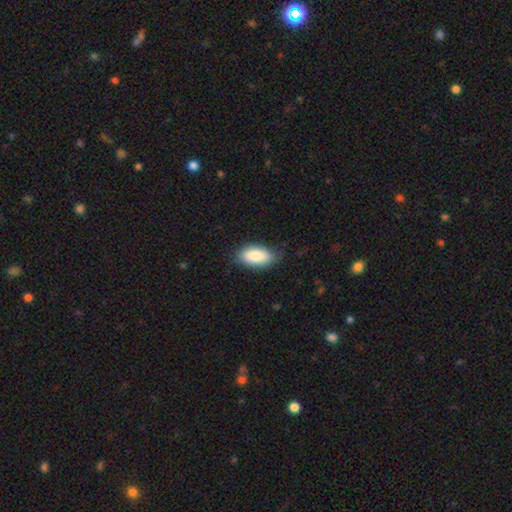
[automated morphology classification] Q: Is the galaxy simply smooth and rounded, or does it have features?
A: smooth — 87%.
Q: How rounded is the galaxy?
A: in between — 92%.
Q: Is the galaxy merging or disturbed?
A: none — 80%.